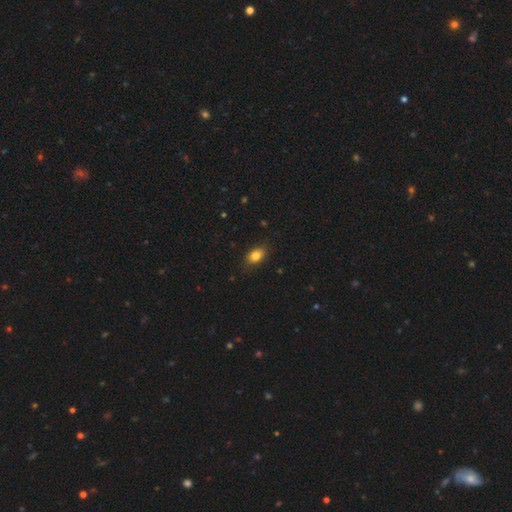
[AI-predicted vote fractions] smooth_or_featured: smooth (p=0.83) [alt: star or artifact p=0.09]
how_rounded: in between (p=0.84) [alt: round p=0.13]
merging: none (p=0.84) [alt: minor disturbance p=0.12]